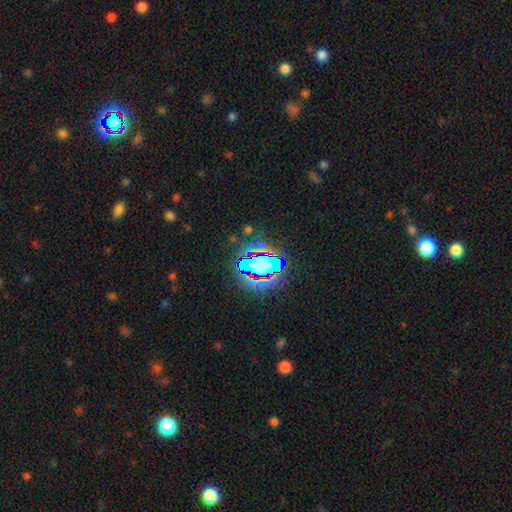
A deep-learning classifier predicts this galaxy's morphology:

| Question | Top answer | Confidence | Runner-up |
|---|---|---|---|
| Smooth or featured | star or artifact | 77% | smooth (14%) |